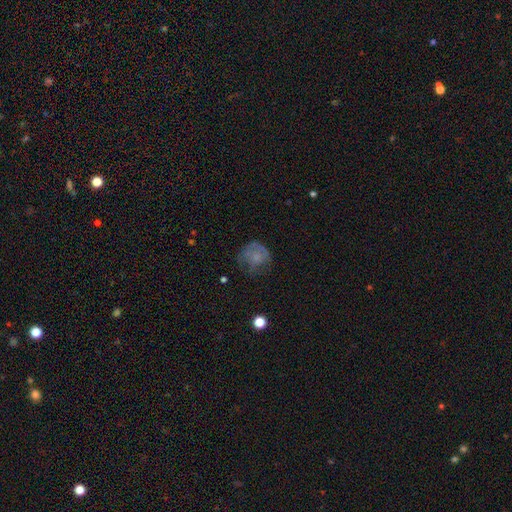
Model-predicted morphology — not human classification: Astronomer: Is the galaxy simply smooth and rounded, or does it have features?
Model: smooth — 54% (runner-up: featured or disk, 35%).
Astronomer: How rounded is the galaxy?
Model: round — 78%.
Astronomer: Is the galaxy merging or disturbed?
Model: none — 47% (runner-up: minor disturbance, 26%).